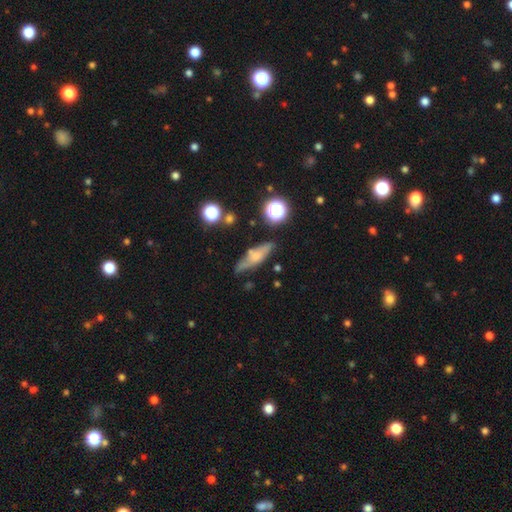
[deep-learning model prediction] Smooth or featured?
  - smooth: 50% *
  - featured or disk: 39%
  - star or artifact: 11%
Merging?
  - none: 67% *
  - minor disturbance: 22%
  - major disturbance: 6%
  - merger: 6%